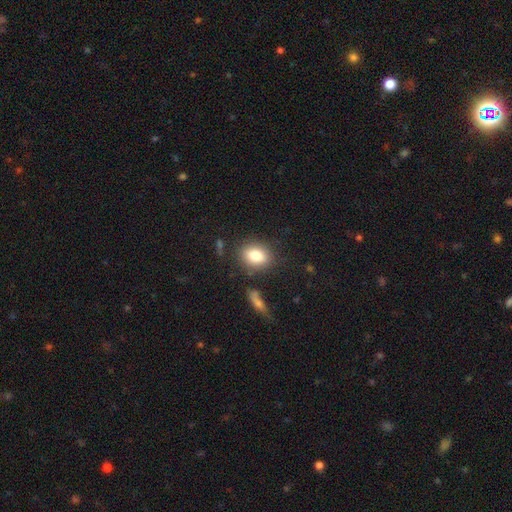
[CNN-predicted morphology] smooth 82%, featured or disk 10%, star or artifact 9%. Down the decision tree: how rounded — in between (60%); merging — none (81%).